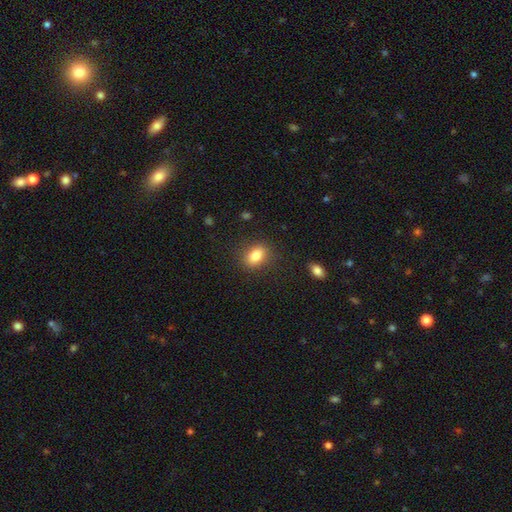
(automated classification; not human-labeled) A smooth galaxy with no disk features (83%) that is in between round and cigar-shaped (74%).

Vote fractions:
- Smooth or featured? smooth: 83% / star or artifact: 9% / featured or disk: 8%
- How rounded? in between: 74% / round: 24% / cigar-shaped: 2%
- Merging? none: 85% / minor disturbance: 11% / major disturbance: 3% / merger: 1%